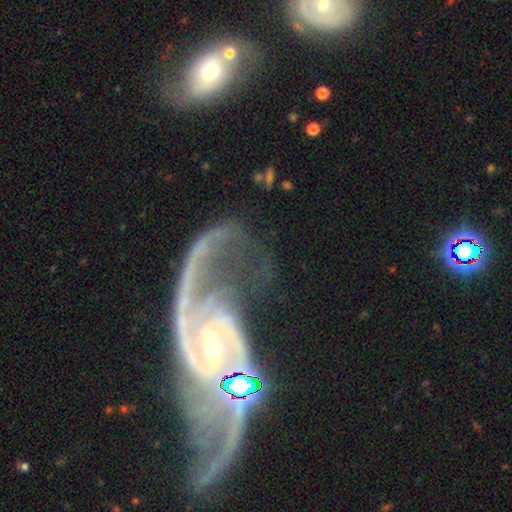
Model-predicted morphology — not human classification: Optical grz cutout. It shows a featured or disk galaxy (89%) with a weak bar (39%), 2 (83%) medium (44%) spiral arms (96%) and a small central bulge (71%). Merging: none (35%).